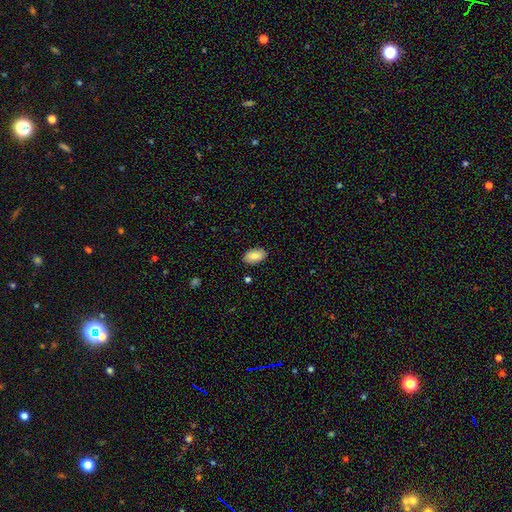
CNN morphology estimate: Q: Smooth or featured?
A: smooth (83%); runner-up: featured or disk (10%)
Q: How rounded?
A: in between (94%); runner-up: round (4%)
Q: Merging?
A: none (87%); runner-up: minor disturbance (10%)